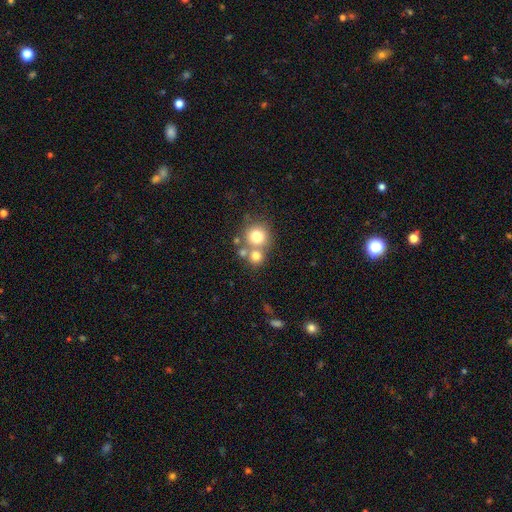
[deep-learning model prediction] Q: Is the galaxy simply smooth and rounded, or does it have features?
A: smooth — 73%.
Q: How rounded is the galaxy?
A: round — 86%.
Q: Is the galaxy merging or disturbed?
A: none — 50%.